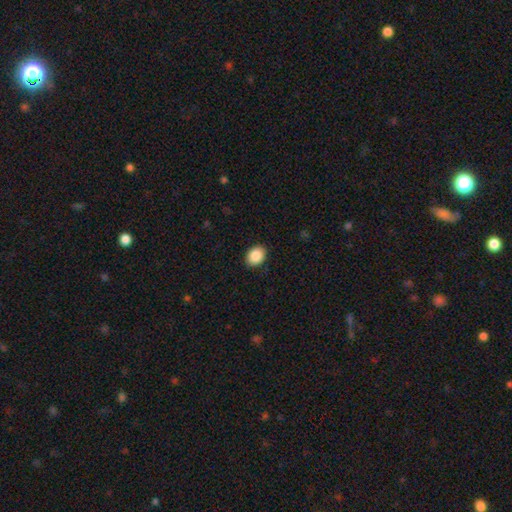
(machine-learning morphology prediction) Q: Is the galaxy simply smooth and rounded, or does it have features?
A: smooth — 88%.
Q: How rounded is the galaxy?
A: in between — 66%.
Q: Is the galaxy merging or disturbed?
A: none — 89%.